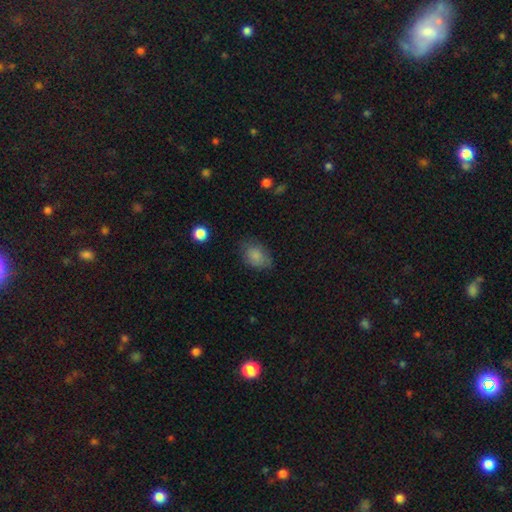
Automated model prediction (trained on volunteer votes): This is clearly a smooth galaxy (82%). How rounded: likely in between (79%). Merging: likely none (67%).